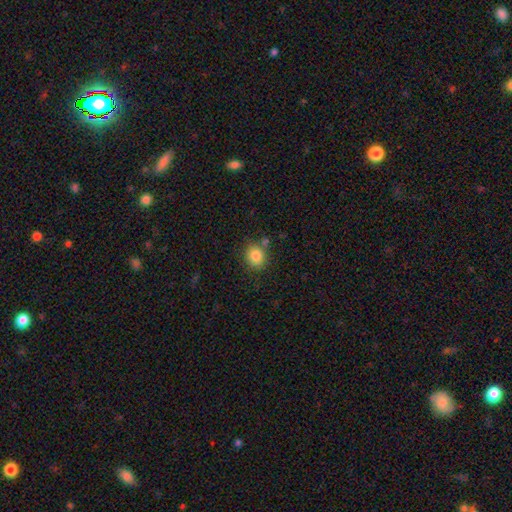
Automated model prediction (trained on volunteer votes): smooth 84%, star or artifact 10%, featured or disk 6%. Down the decision tree: how rounded — round (73%); merging — none (76%).